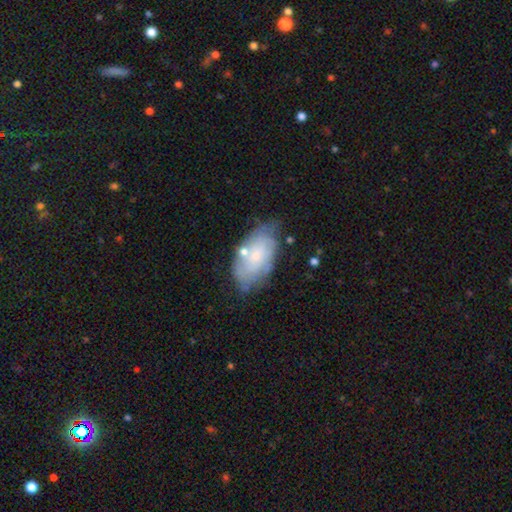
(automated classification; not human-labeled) Overall: featured or disk (52%; smooth 41%). Edge-on disk: no (93%). Merging: none (61%; minor disturbance 24%).